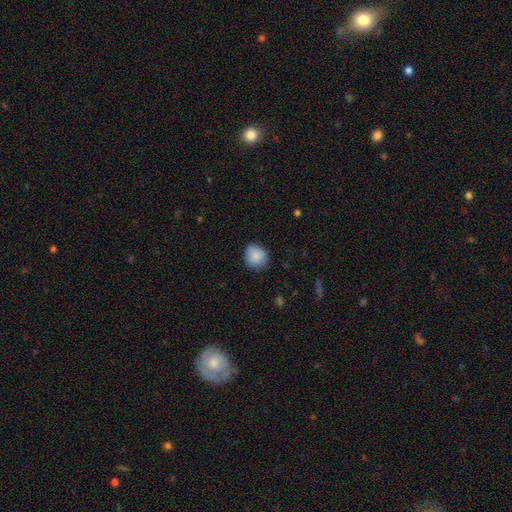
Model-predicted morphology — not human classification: Q: Smooth or featured?
A: smooth (87%); runner-up: star or artifact (8%)
Q: How rounded?
A: round (78%); runner-up: in between (22%)
Q: Merging?
A: none (82%); runner-up: minor disturbance (14%)